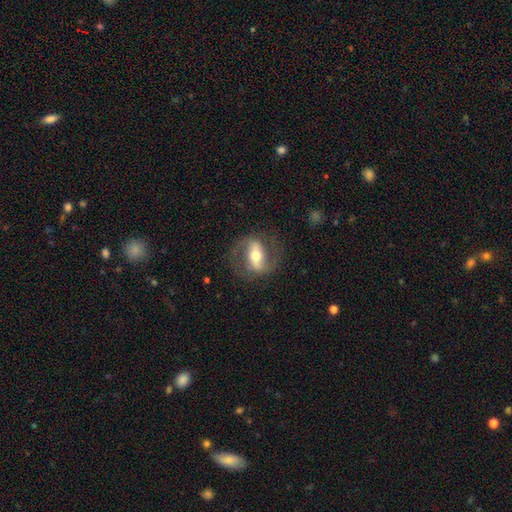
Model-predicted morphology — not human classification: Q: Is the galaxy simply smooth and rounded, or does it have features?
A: featured or disk — 76%.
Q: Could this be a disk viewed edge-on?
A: no — 90%.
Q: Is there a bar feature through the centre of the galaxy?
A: strong — 59%.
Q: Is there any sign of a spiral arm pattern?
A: yes — 81%.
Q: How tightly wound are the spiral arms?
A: medium — 48%.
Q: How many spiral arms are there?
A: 2 — 88%.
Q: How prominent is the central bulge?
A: moderate — 67%.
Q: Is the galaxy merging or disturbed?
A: none — 76%.